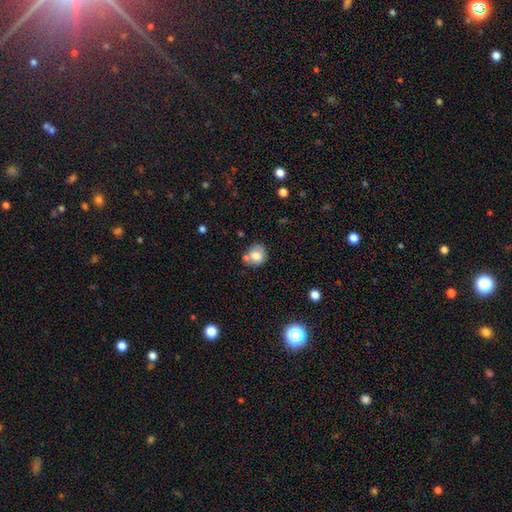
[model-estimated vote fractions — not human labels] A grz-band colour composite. It shows a smooth galaxy with no disk features (75%) that is round (71%). Merging: none (54%).